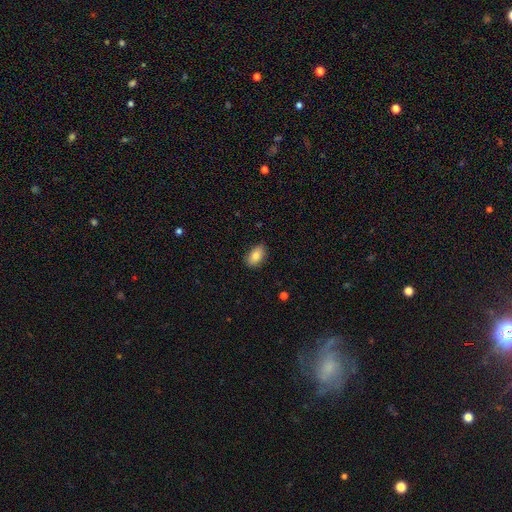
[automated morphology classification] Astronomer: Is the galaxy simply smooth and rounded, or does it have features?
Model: smooth — 82%.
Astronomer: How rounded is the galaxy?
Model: in between — 92%.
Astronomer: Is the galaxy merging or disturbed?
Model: none — 86%.